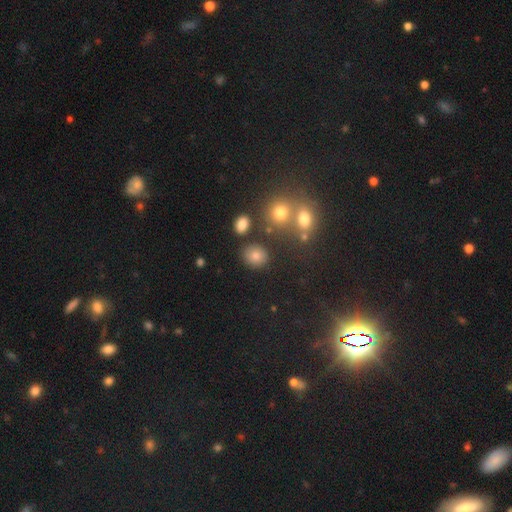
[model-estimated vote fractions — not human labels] smooth-or-featured: smooth: 79% | star or artifact: 13% | featured or disk: 8%
  how-rounded: round: 63% | in between: 35% | cigar-shaped: 1%
  merging: none: 81% | minor disturbance: 9% | merger: 6% | major disturbance: 4%